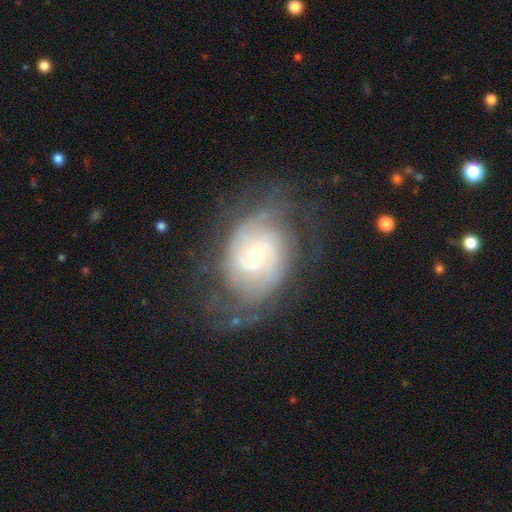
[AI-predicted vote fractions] The model was most divided on "spiral arm count": can't tell: 38%, 2: 37%, 3: 11%, 4: 6%, 1: 4%, more than 4: 4%. More confident: edge-on disk — no (97%); spiral arms — yes (93%); smooth or featured — featured or disk (80%); merging — none (64%); bar — no (61%); spiral winding — tight (57%); bulge size — small (54%).